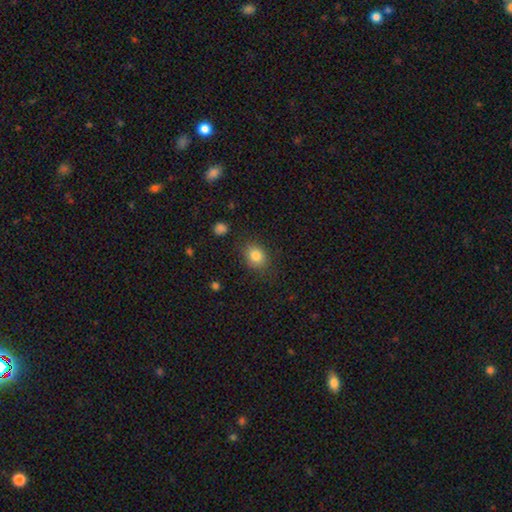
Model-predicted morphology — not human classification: smooth_or_featured: smooth (p=0.83) [alt: star or artifact p=0.10]
how_rounded: round (p=0.50) [alt: in between p=0.49]
merging: none (p=0.81) [alt: minor disturbance p=0.14]